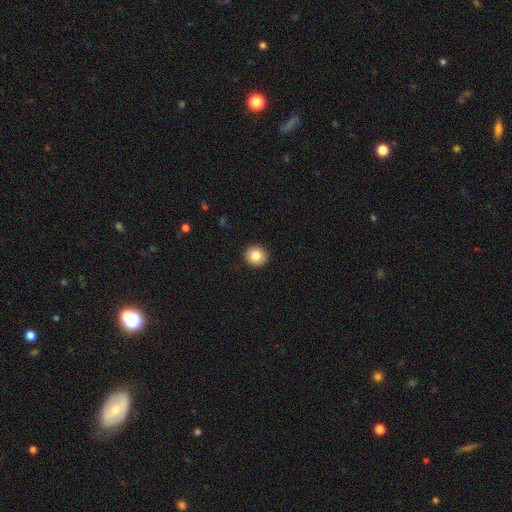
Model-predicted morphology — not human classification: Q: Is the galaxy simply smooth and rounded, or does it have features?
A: smooth — 83%.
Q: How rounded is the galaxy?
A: round — 92%.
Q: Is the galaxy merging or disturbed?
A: none — 93%.